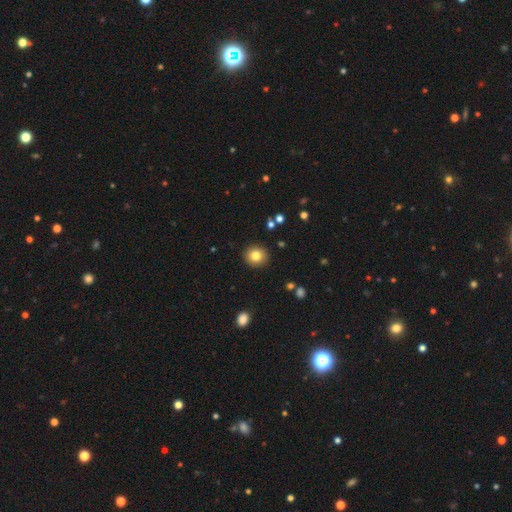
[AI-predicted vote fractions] A smooth galaxy with no disk features (82%) that is round (89%).

Vote fractions:
- Smooth or featured? smooth: 82% / star or artifact: 10% / featured or disk: 8%
- How rounded? round: 89% / in between: 10% / cigar-shaped: 1%
- Merging? none: 91% / minor disturbance: 6% / major disturbance: 2% / merger: 1%